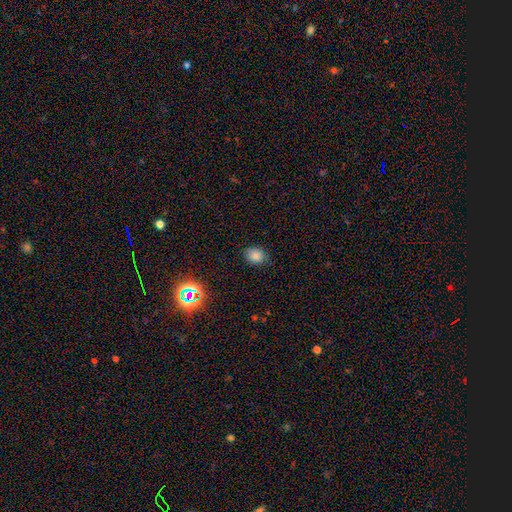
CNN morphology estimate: Smooth or featured? Predicted: smooth (p=0.80). How rounded? Predicted: round (p=0.51). Merging? Predicted: none (p=0.81).